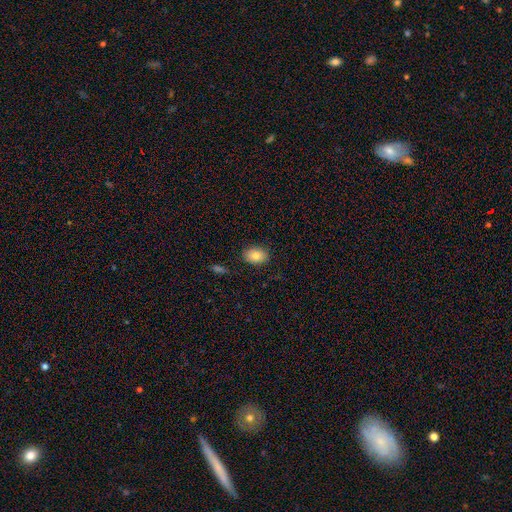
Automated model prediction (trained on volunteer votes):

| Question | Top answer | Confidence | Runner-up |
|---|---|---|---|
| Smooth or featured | smooth | 84% | featured or disk (8%) |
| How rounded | in between | 78% | round (21%) |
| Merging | none | 87% | minor disturbance (9%) |